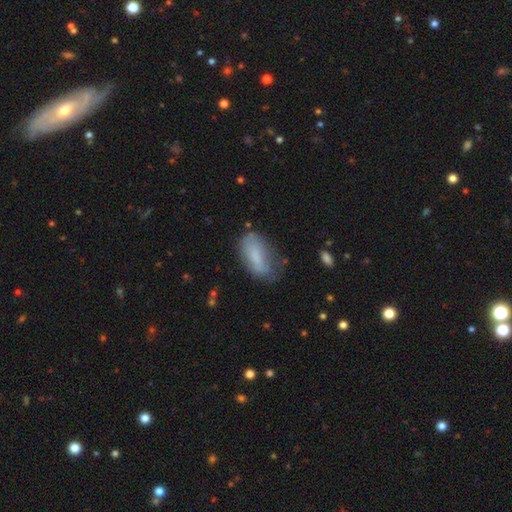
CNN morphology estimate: smooth-or-featured: smooth: 73% | featured or disk: 19% | star or artifact: 8%
  how-rounded: in between: 89% | cigar-shaped: 8% | round: 3%
  merging: none: 51% | minor disturbance: 32% | major disturbance: 14% | merger: 3%